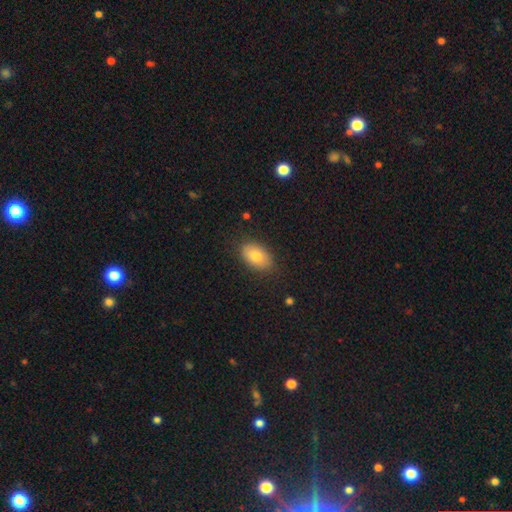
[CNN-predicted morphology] Smooth or featured: smooth — 80% (featured or disk — 12%)
How rounded: in between — 90% (round — 9%)
Merging: none — 85% (minor disturbance — 11%)